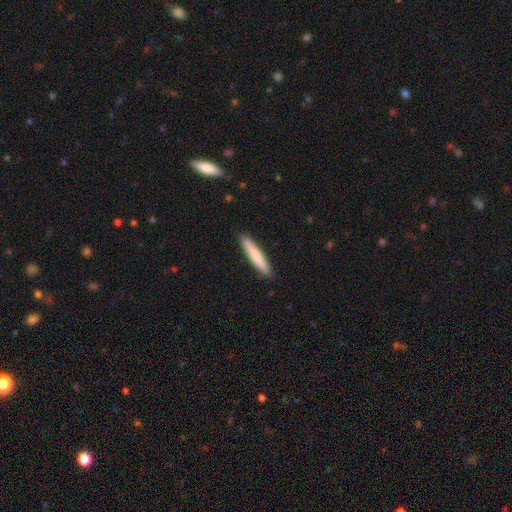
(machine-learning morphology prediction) smooth-or-featured: smooth: 77% | featured or disk: 18% | star or artifact: 5%
  how-rounded: cigar-shaped: 94% | in between: 5% | round: 1%
  merging: none: 91% | minor disturbance: 6% | major disturbance: 1% | merger: 1%